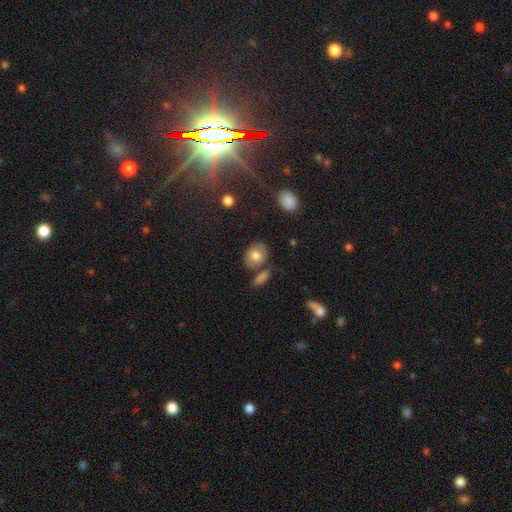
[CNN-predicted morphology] smooth 76%, featured or disk 17%, star or artifact 8%. Down the decision tree: how rounded — in between (70%); merging — none (72%).